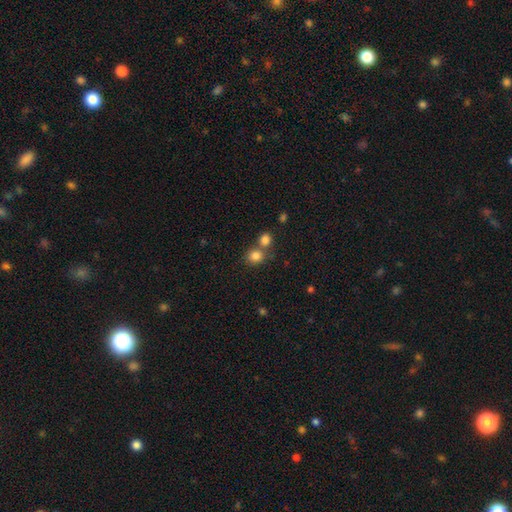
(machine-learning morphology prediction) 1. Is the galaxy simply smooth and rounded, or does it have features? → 82% smooth, 12% star or artifact, 6% featured or disk.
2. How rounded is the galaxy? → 80% round, 19% in between, 1% cigar-shaped.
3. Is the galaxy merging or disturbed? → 55% none, 34% merger, 8% minor disturbance, 3% major disturbance.